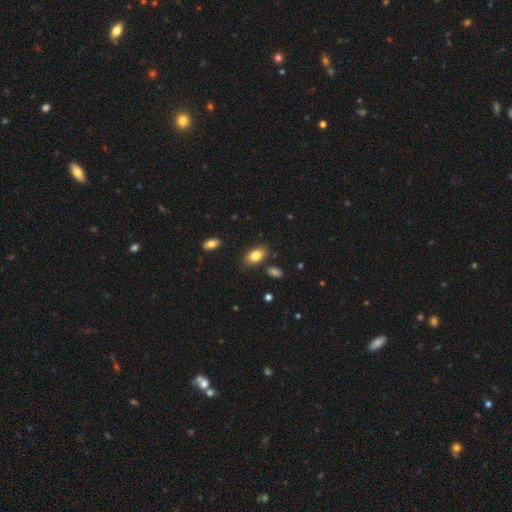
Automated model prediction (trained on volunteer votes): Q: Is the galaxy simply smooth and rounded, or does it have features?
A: smooth — 82%.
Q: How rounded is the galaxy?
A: in between — 90%.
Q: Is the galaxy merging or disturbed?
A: none — 81%.